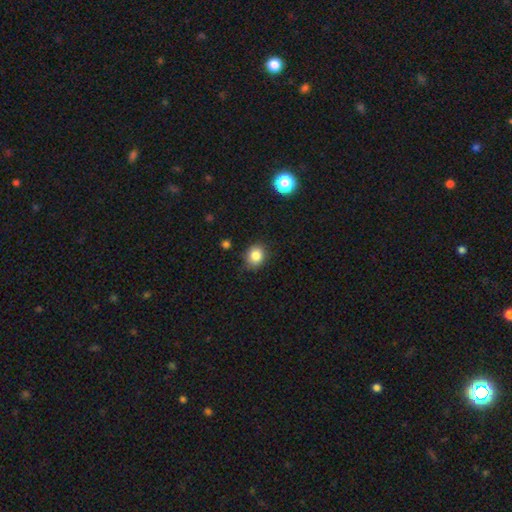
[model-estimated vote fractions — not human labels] This appears to be a smooth galaxy with no disk features (85%) that is round (61%). Merging: none (81%).